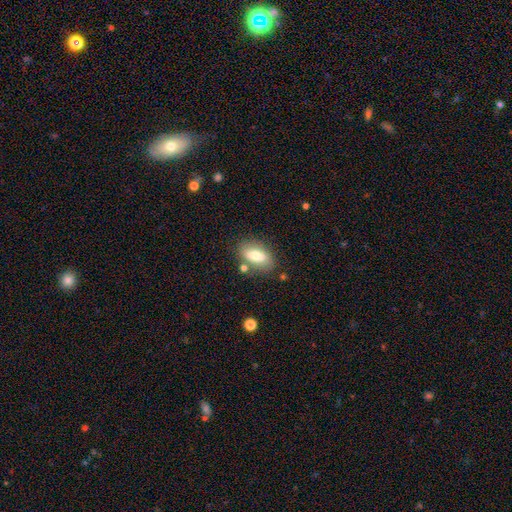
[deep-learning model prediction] Overall: smooth (73%). How rounded: in between (88%). Merging: none (75%).